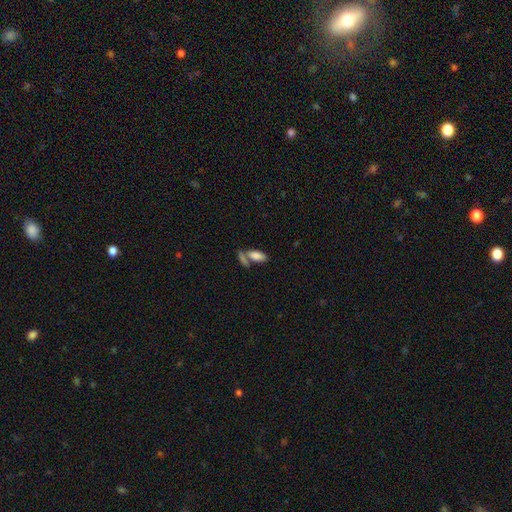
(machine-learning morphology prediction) Overall: smooth (81%). How rounded: in between (83%). Merging: merger (44%; none 41%).